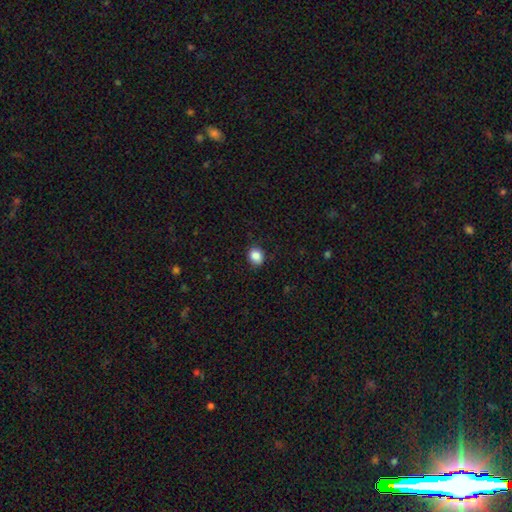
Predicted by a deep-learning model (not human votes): Smooth or featured? Predicted: smooth (p=0.87). How rounded? Predicted: round (p=0.54). Merging? Predicted: none (p=0.86).